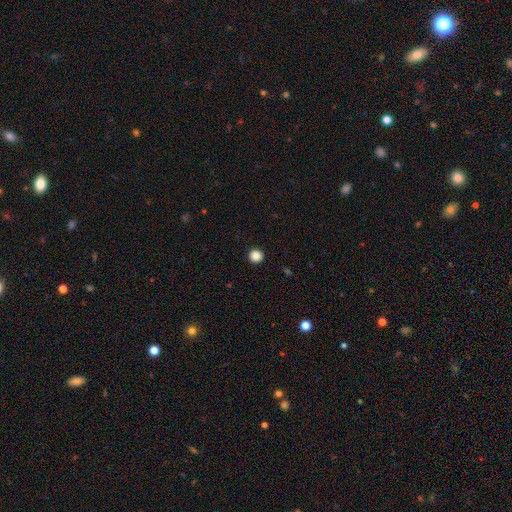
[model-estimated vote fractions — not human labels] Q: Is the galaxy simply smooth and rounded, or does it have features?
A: smooth — 87%.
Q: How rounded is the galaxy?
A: round — 94%.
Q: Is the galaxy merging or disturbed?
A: none — 93%.